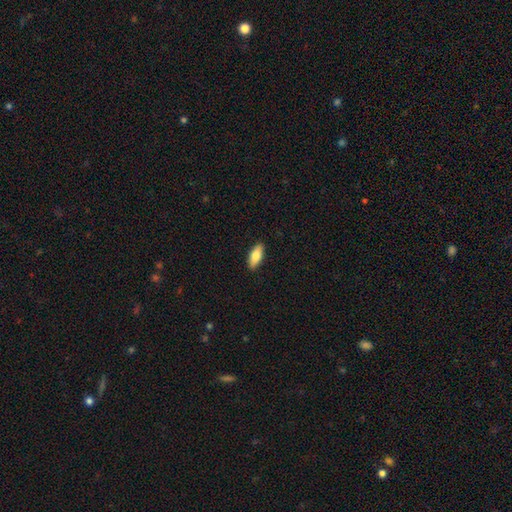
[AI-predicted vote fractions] The model was most divided on "how rounded": in between: 78%, cigar-shaped: 20%, round: 2%. More confident: merging — none (90%); smooth or featured — smooth (81%).